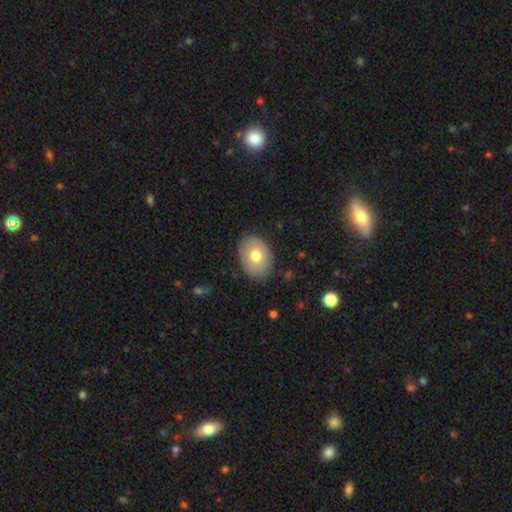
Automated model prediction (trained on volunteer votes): This appears to be a smooth galaxy with no disk features (71%) that is in between round and cigar-shaped (74%). Merging: none (84%).